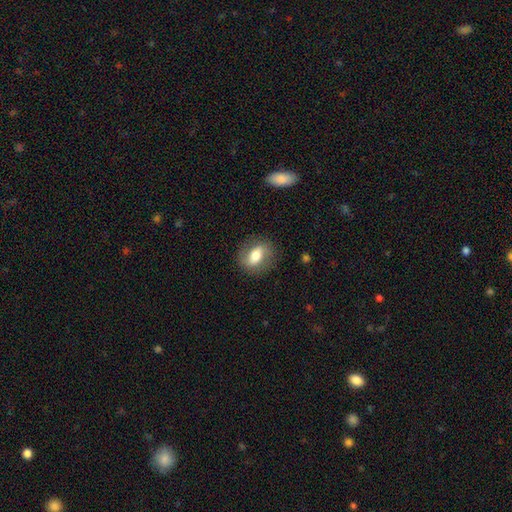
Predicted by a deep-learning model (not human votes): Overall: smooth (58%; featured or disk 34%). How rounded: in between (63%; round 34%). Merging: none (81%).